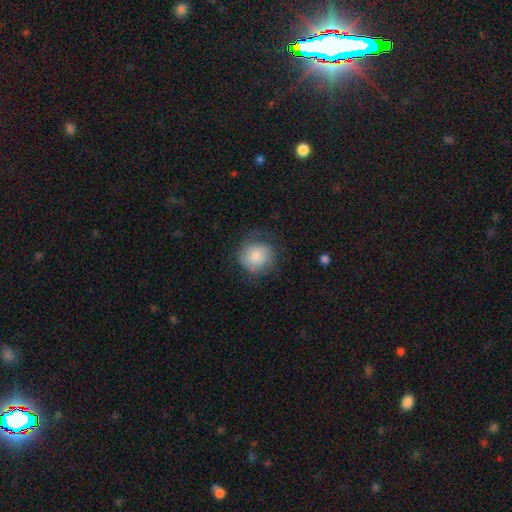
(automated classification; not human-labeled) Overall: smooth (73%). How rounded: round (87%). Merging: none (60%; minor disturbance 24%).